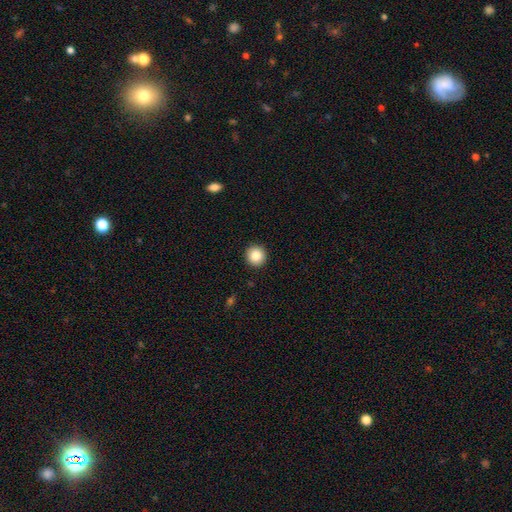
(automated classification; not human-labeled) This is clearly a smooth galaxy (86%). How rounded: clearly round (95%). Merging: clearly none (93%).